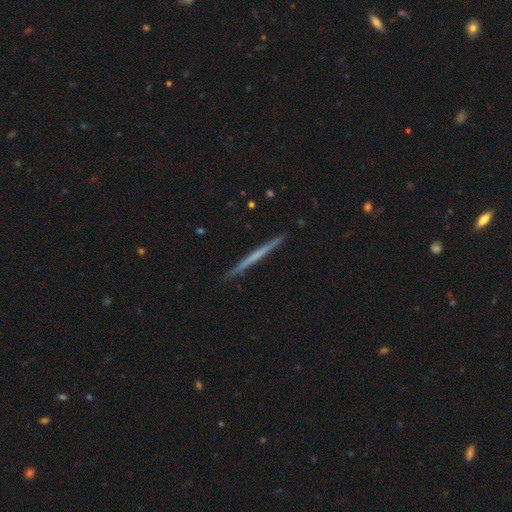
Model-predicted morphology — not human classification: Smooth or featured? featured or disk (55%)
Edge-on disk? yes (98%)
Edge-on bulge? none (88%)
Merging? none (92%)